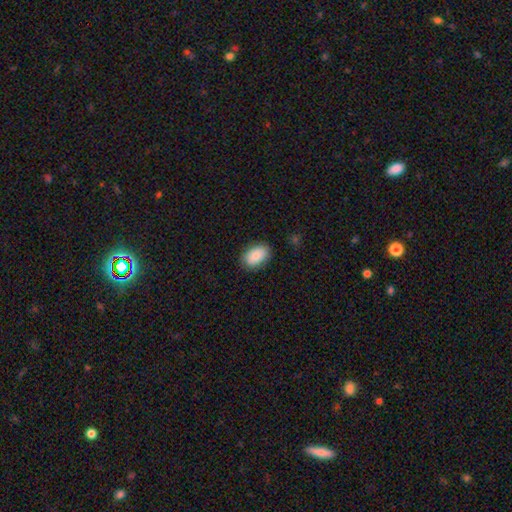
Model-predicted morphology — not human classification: The model was most divided on "merging": none: 84%, minor disturbance: 12%, major disturbance: 3%, merger: 1%. More confident: how rounded — in between (90%); smooth or featured — smooth (84%).